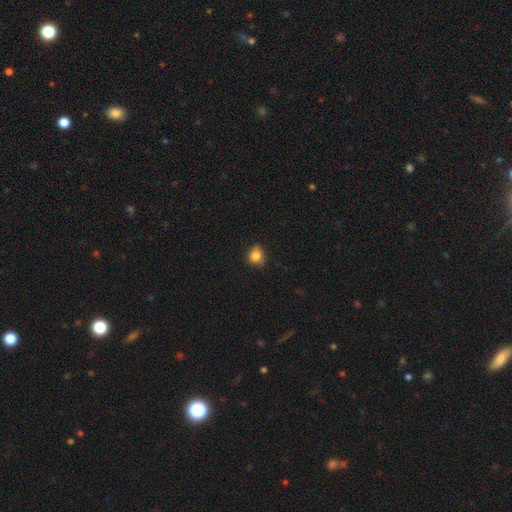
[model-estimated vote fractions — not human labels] smooth_or_featured: smooth (p=0.82) [alt: star or artifact p=0.10]
how_rounded: round (p=0.67) [alt: in between p=0.32]
merging: none (p=0.62) [alt: minor disturbance p=0.30]